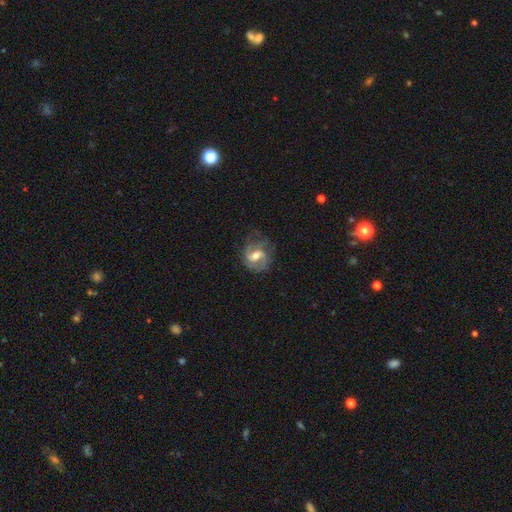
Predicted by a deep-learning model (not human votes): smooth-or-featured: featured or disk: 77% | smooth: 17% | star or artifact: 6%
  disk-edge-on: no: 97% | yes: 3%
    bar: weak: 53% | strong: 26% | no: 22%
    has-spiral-arms: yes: 90% | no: 10%
      spiral-winding: medium: 47% | tight: 29% | loose: 24%
      spiral-arm-count: 2: 70% | can't tell: 14% | 3: 7% | 1: 6% | 4: 2% | more than 4: 2%
    bulge-size: moderate: 69% | small: 21% | large: 8% | none: 2% | dominant: 1%
  merging: none: 62% | minor disturbance: 22% | major disturbance: 14% | merger: 1%